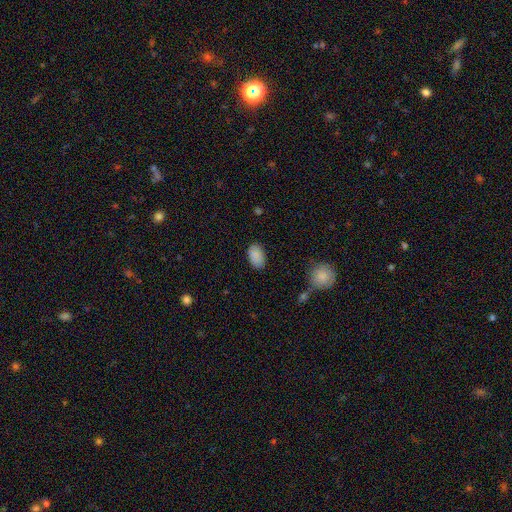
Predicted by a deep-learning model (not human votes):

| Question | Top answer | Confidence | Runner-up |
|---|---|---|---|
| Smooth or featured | smooth | 87% | star or artifact (8%) |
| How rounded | in between | 92% | round (7%) |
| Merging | none | 82% | minor disturbance (13%) |